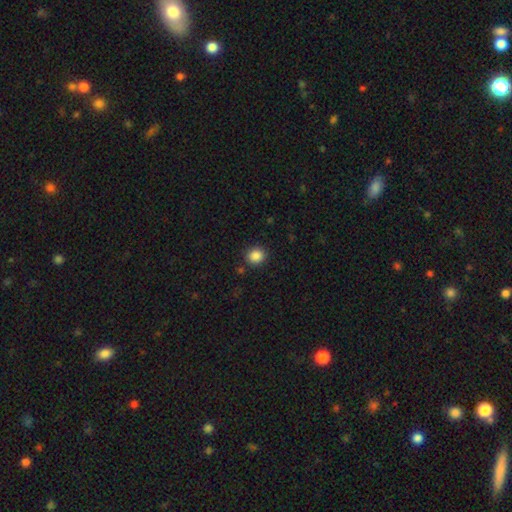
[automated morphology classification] Q: Smooth or featured?
A: smooth (87%); runner-up: star or artifact (10%)
Q: How rounded?
A: round (79%); runner-up: in between (20%)
Q: Merging?
A: none (87%); runner-up: minor disturbance (8%)